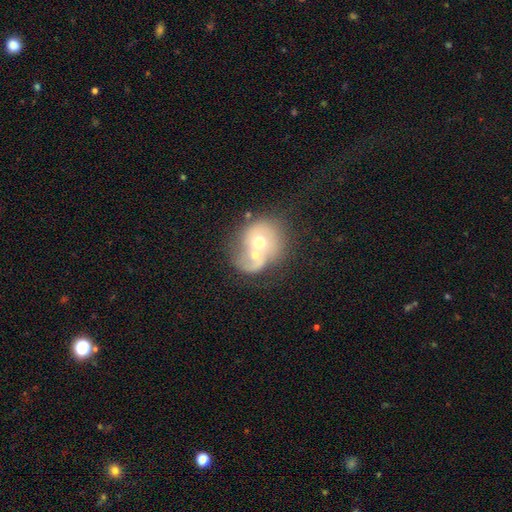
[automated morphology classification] smooth-or-featured: featured or disk: 49% | smooth: 42% | star or artifact: 9%
  merging: merger: 70% | none: 14% | major disturbance: 8% | minor disturbance: 7%